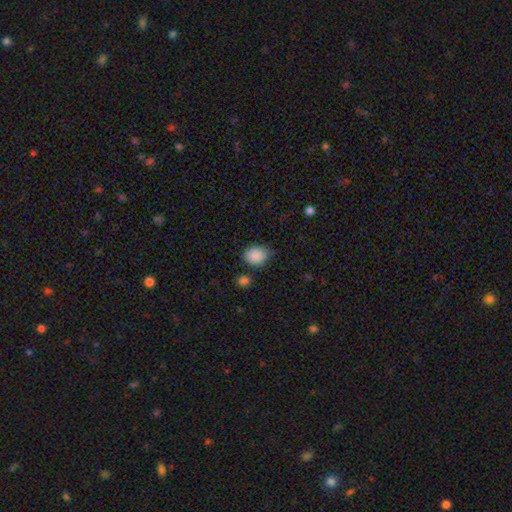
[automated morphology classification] smooth_or_featured: smooth (p=0.88) [alt: star or artifact p=0.09]
how_rounded: in between (p=0.58) [alt: round p=0.41]
merging: none (p=0.71) [alt: minor disturbance p=0.20]